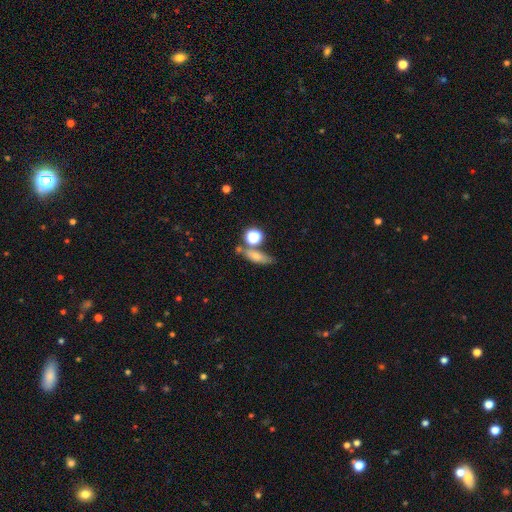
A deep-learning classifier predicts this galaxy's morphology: type=smooth (67%); roundness=in between (47%); merging=none (59%).